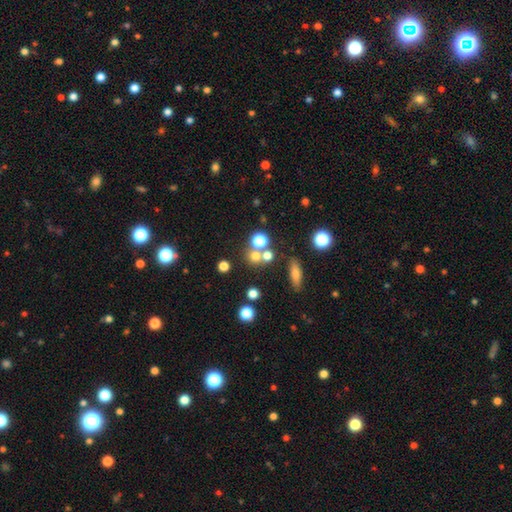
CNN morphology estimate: smooth 65%, star or artifact 22%, featured or disk 13%. Down the decision tree: how rounded — round (87%); merging — none (59%).